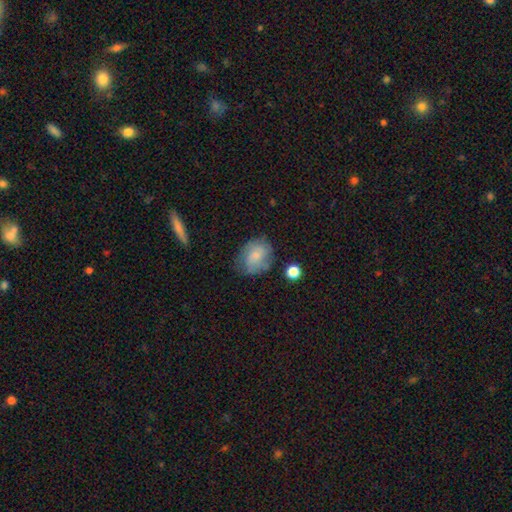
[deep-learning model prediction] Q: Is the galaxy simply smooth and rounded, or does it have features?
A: smooth — 67%.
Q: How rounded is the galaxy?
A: in between — 54%.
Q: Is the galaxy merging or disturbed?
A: none — 58%.